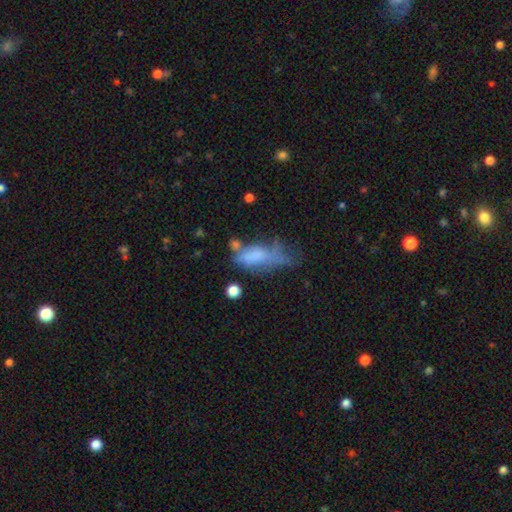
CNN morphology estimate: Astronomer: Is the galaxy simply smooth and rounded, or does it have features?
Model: smooth — 59%.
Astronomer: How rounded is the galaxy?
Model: in between — 69%.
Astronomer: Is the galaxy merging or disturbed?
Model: major disturbance — 38% (runner-up: minor disturbance, 27%).